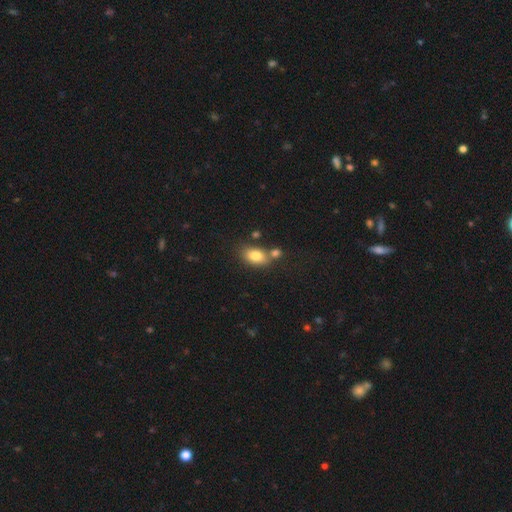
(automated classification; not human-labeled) smooth_or_featured: smooth (p=0.79) [alt: featured or disk p=0.11]
how_rounded: in between (p=0.84) [alt: round p=0.14]
merging: none (p=0.59) [alt: merger p=0.25]